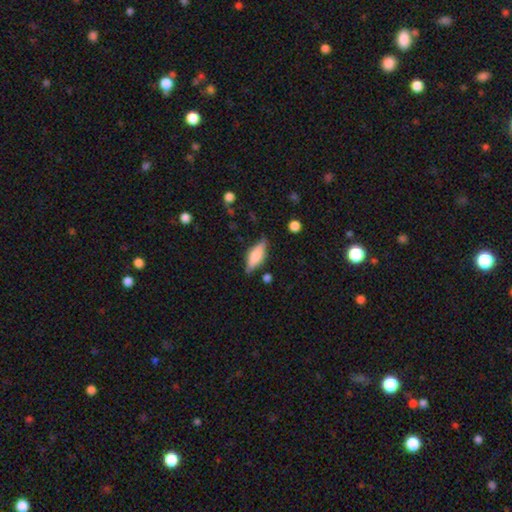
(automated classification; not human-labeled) smooth-or-featured: smooth: 56% | featured or disk: 38% | star or artifact: 7%
  how-rounded: in between: 59% | cigar-shaped: 38% | round: 3%
  merging: none: 77% | minor disturbance: 16% | major disturbance: 4% | merger: 3%